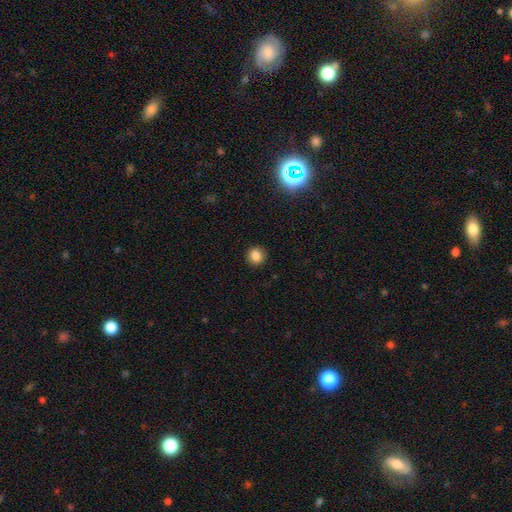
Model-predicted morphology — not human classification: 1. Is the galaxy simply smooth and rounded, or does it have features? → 84% smooth, 11% star or artifact, 5% featured or disk.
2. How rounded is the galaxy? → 90% round, 9% in between, 1% cigar-shaped.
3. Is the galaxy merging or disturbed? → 92% none, 5% minor disturbance, 2% major disturbance, 1% merger.